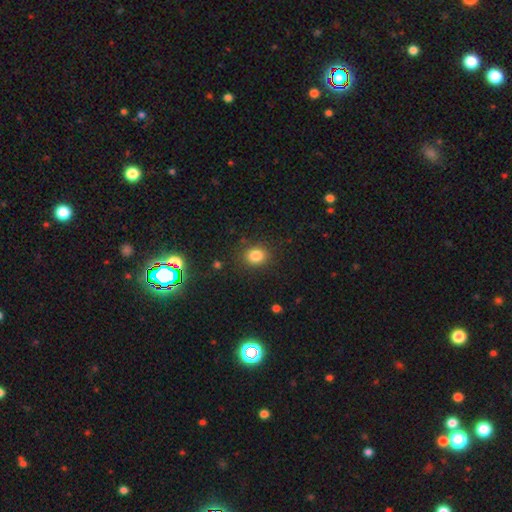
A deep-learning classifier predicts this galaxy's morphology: smooth_or_featured: smooth (p=0.82) [alt: star or artifact p=0.12]
how_rounded: round (p=0.65) [alt: in between p=0.34]
merging: none (p=0.86) [alt: minor disturbance p=0.09]